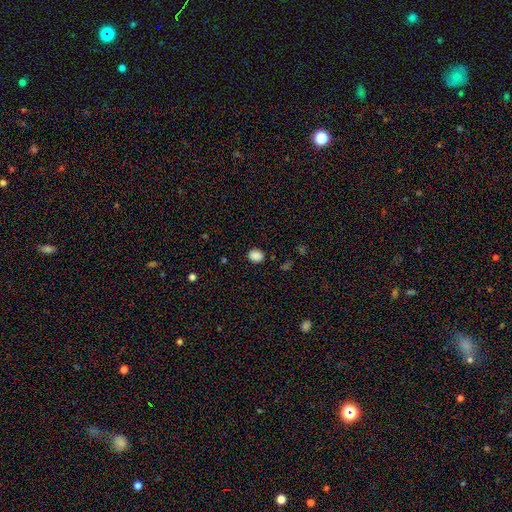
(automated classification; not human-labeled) Q: Smooth or featured?
A: smooth (86%); runner-up: star or artifact (11%)
Q: How rounded?
A: round (55%); runner-up: in between (45%)
Q: Merging?
A: none (86%); runner-up: minor disturbance (10%)